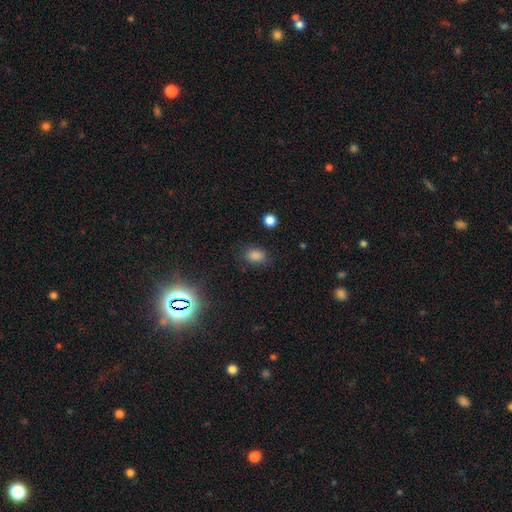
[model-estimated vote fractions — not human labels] This appears to be a smooth galaxy with no disk features (80%) that is in between round and cigar-shaped (74%). Merging: none (80%).